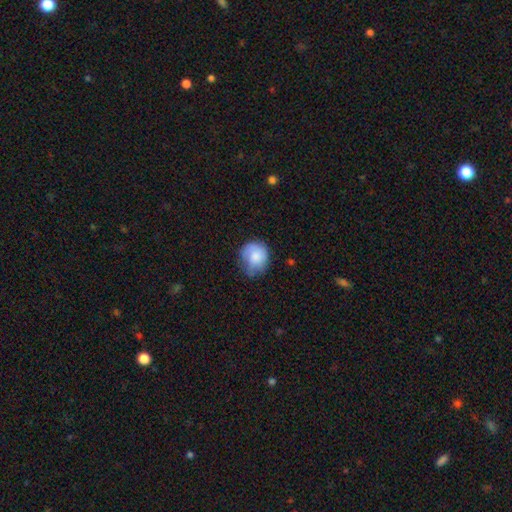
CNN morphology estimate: This appears to be a smooth galaxy with no disk features (75%) that is round (77%). Merging: none (55%).